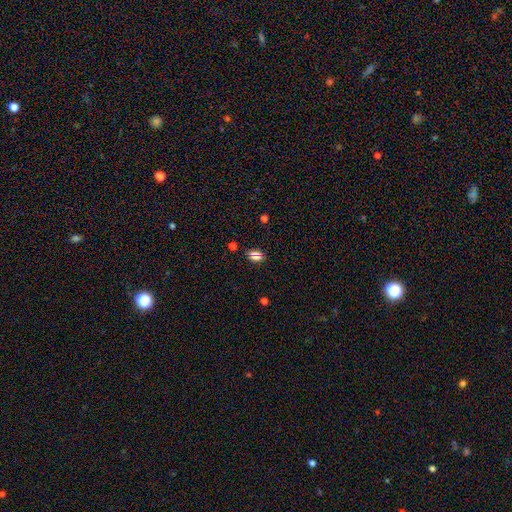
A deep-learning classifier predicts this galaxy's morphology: A smooth galaxy with no disk features (69%) that is in between round and cigar-shaped (73%). Merging: none (80%).